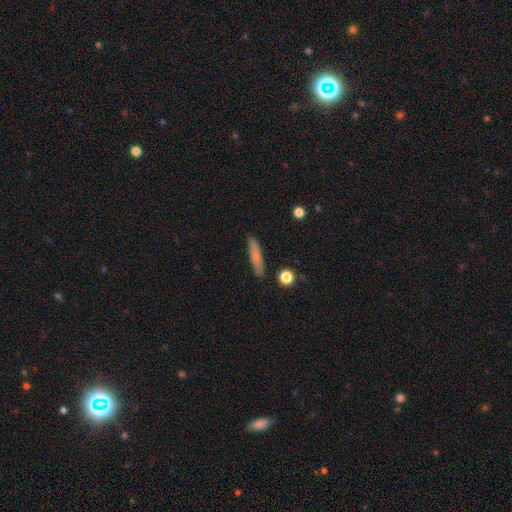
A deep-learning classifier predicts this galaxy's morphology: Q: Smooth or featured?
A: smooth (74%); runner-up: featured or disk (18%)
Q: How rounded?
A: cigar-shaped (87%); runner-up: in between (11%)
Q: Merging?
A: none (87%); runner-up: minor disturbance (9%)